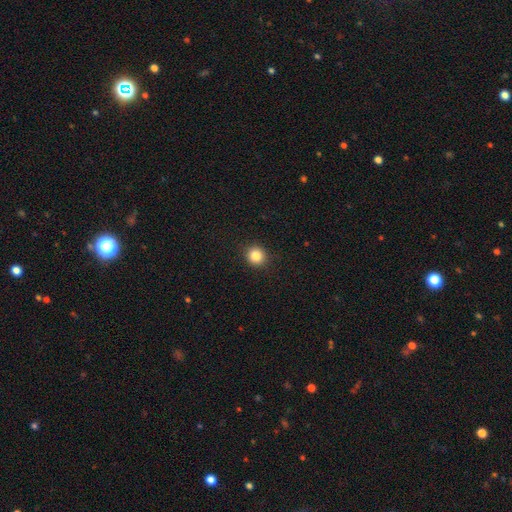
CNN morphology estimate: Q: Smooth or featured?
A: smooth (84%); runner-up: star or artifact (11%)
Q: How rounded?
A: round (90%); runner-up: in between (9%)
Q: Merging?
A: none (92%); runner-up: minor disturbance (6%)